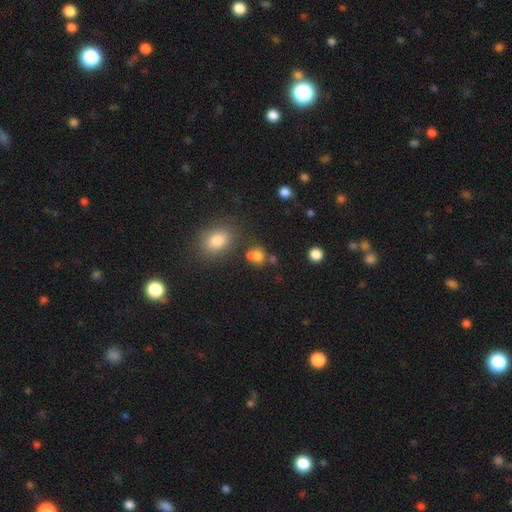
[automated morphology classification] Smooth or featured? Predicted: smooth (p=0.73). How rounded? Predicted: round (p=0.61). Merging? Predicted: none (p=0.48).